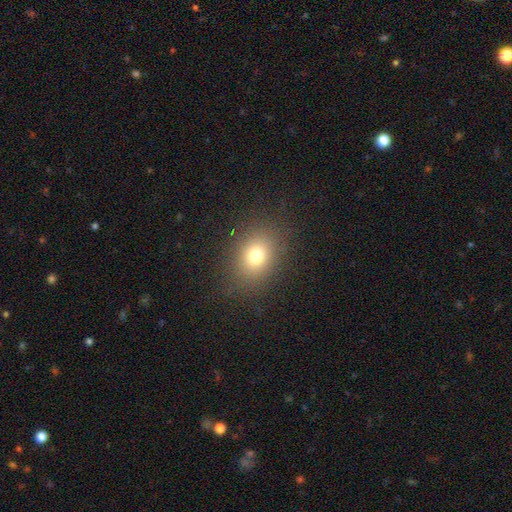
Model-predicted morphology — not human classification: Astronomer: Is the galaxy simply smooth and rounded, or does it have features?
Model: smooth — 75%.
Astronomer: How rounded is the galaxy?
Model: in between — 55% (runner-up: round, 44%).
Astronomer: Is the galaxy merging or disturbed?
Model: none — 83%.